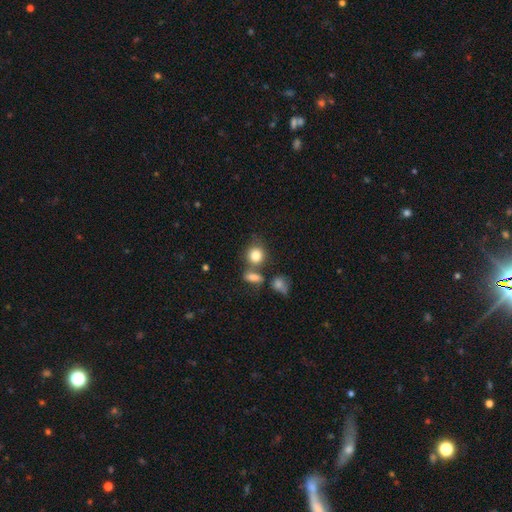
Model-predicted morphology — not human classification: A smooth galaxy with no disk features (83%) that is round (76%).

Vote fractions:
- Smooth or featured? smooth: 83% / star or artifact: 10% / featured or disk: 8%
- How rounded? round: 76% / in between: 23% / cigar-shaped: 2%
- Merging? none: 56% / merger: 26% / minor disturbance: 12% / major disturbance: 6%